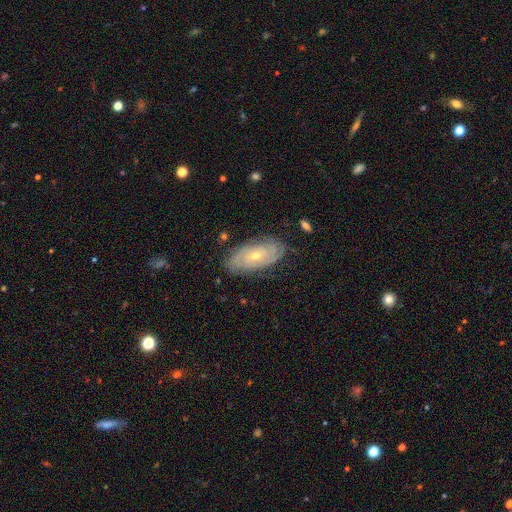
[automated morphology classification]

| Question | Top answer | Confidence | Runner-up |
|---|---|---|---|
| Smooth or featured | featured or disk | 81% | smooth (12%) |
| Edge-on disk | no | 94% | yes (6%) |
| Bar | no | 70% | weak (24%) |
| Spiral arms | yes | 94% | no (6%) |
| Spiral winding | tight | 74% | medium (21%) |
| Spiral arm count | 2 | 33% | can't tell (32%) |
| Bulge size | small | 61% | moderate (37%) |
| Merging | none | 81% | minor disturbance (14%) |